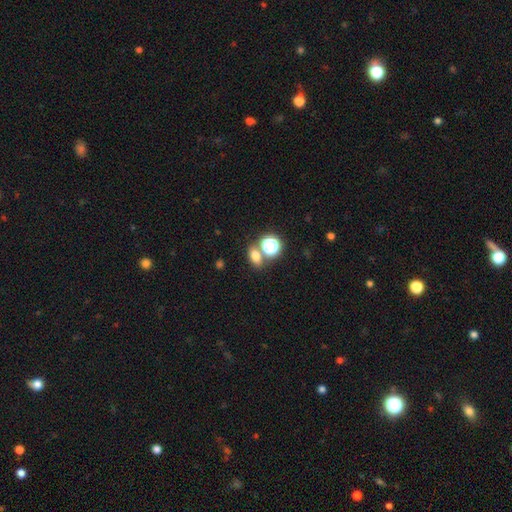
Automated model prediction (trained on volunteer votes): Smooth or featured?
  - smooth: 71% *
  - star or artifact: 20%
  - featured or disk: 9%
How rounded?
  - in between: 64% *
  - round: 33%
  - cigar-shaped: 2%
Merging?
  - none: 64% *
  - merger: 23%
  - minor disturbance: 9%
  - major disturbance: 3%